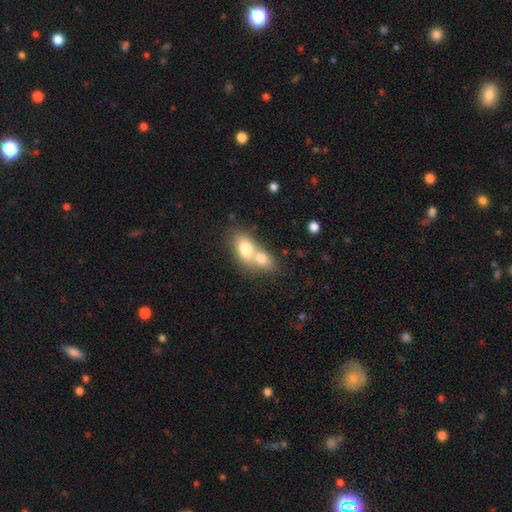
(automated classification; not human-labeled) smooth_or_featured: smooth (p=0.70) [alt: featured or disk p=0.21]
how_rounded: in between (p=0.71) [alt: round p=0.25]
merging: merger (p=0.74) [alt: none p=0.18]